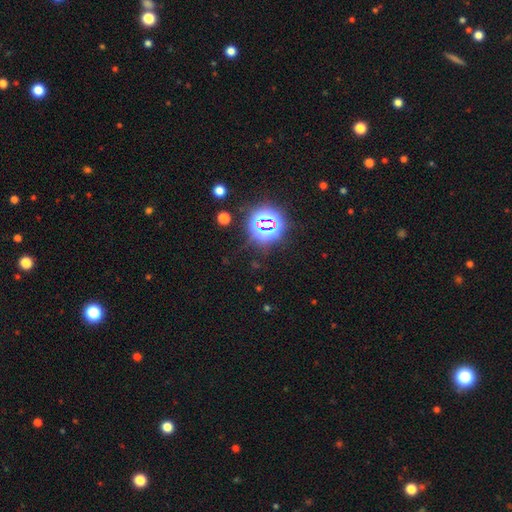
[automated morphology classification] The model was most divided on "smooth or featured": star or artifact: 82%, smooth: 11%, featured or disk: 6%.